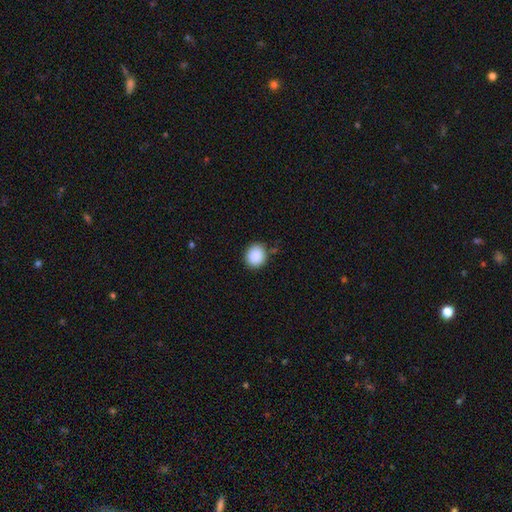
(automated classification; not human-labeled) Smooth or featured? smooth (89%)
How rounded? round (78%)
Merging? none (83%)